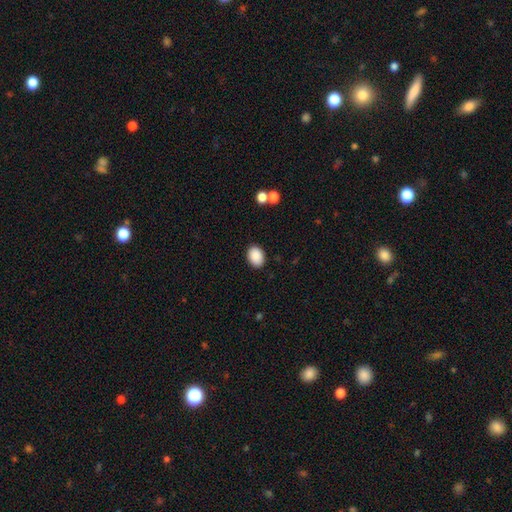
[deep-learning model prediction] Smooth or featured? Predicted: smooth (p=0.89). How rounded? Predicted: in between (p=0.75). Merging? Predicted: none (p=0.88).